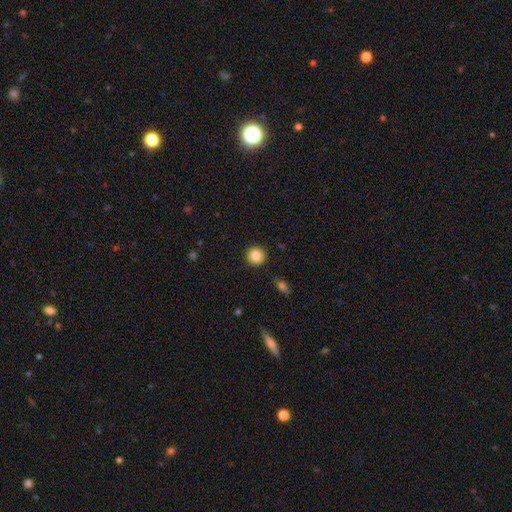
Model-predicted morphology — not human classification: Overall: smooth (86%). How rounded: round (93%). Merging: none (91%).